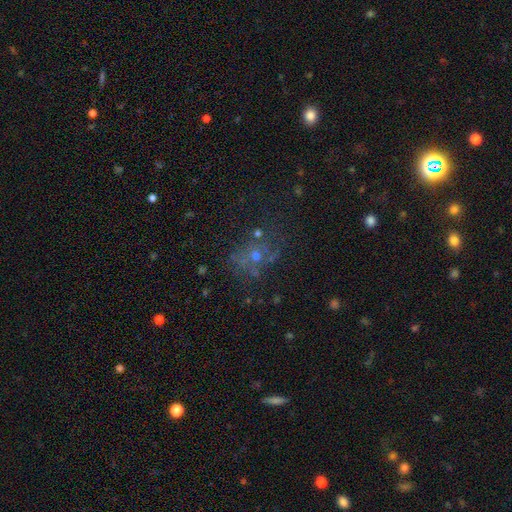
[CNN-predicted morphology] This is marginally a smooth galaxy (41%). Merging: possibly none (58%).